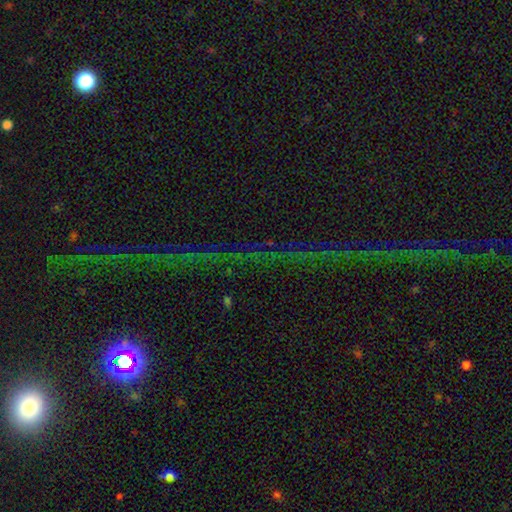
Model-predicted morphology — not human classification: Smooth or featured? Predicted: star or artifact (p=0.72).